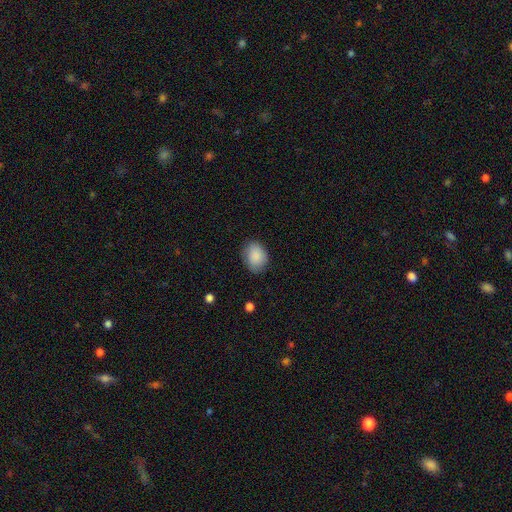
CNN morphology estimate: Smooth or featured: smooth — 88% (star or artifact — 7%)
How rounded: in between — 63% (round — 36%)
Merging: none — 80% (minor disturbance — 15%)